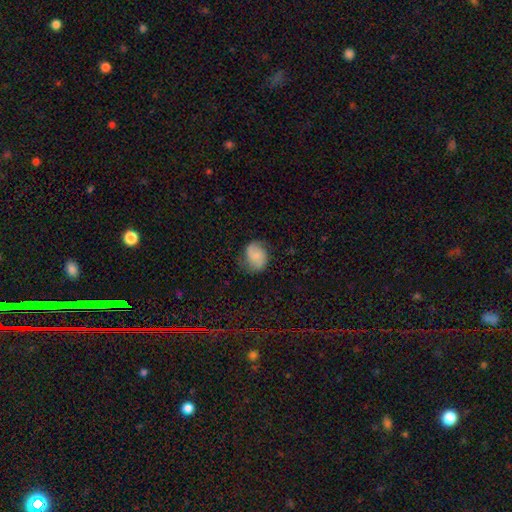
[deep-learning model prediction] Overall: smooth (60%; featured or disk 31%). How rounded: round (57%; in between 42%). Merging: none (64%; minor disturbance 26%).